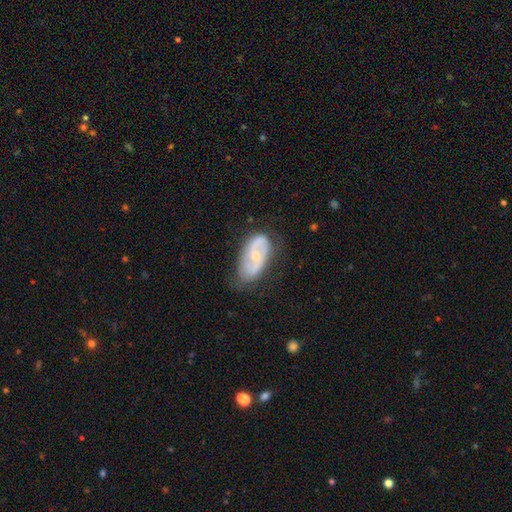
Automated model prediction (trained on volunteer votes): Smooth or featured? featured or disk (69%)
Edge-on disk? no (92%)
Bar? no (57%)
Spiral arms? yes (67%)
Bulge size? moderate (50%)
Merging? none (64%)